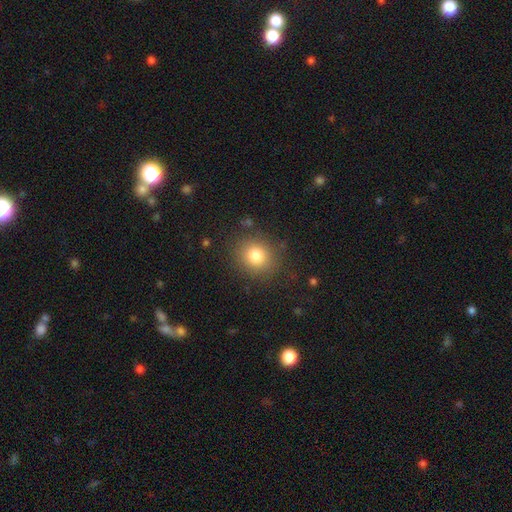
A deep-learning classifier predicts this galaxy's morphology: Overall: smooth (80%). How rounded: round (83%). Merging: none (86%).